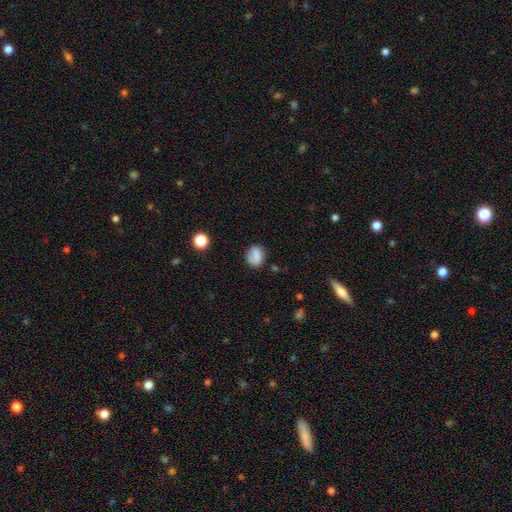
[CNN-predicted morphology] smooth-or-featured: smooth: 76% | featured or disk: 14% | star or artifact: 10%
  how-rounded: round: 51% | in between: 47% | cigar-shaped: 2%
  merging: none: 66% | minor disturbance: 22% | major disturbance: 8% | merger: 4%